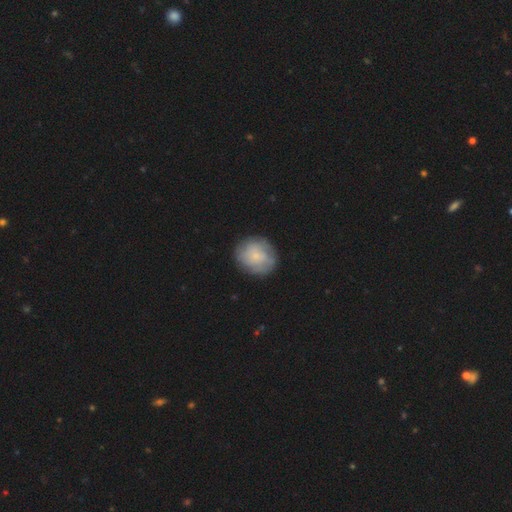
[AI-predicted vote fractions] Smooth or featured: smooth — 61% (featured or disk — 32%)
How rounded: round — 78% (in between — 21%)
Merging: none — 79% (minor disturbance — 15%)